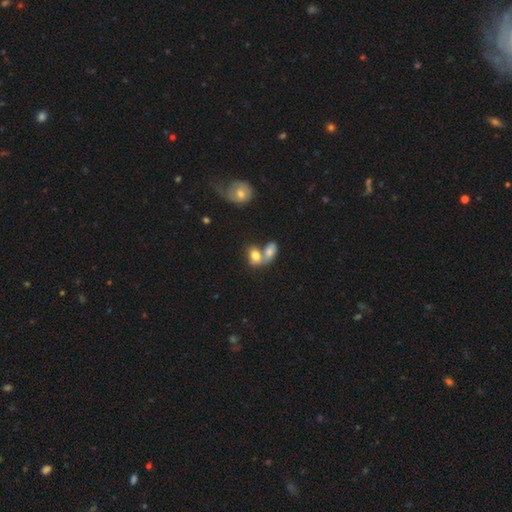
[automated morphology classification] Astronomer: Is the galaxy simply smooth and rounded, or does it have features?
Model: smooth — 74%.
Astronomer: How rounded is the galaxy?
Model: in between — 76%.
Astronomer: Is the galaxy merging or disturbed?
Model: merger — 67%.